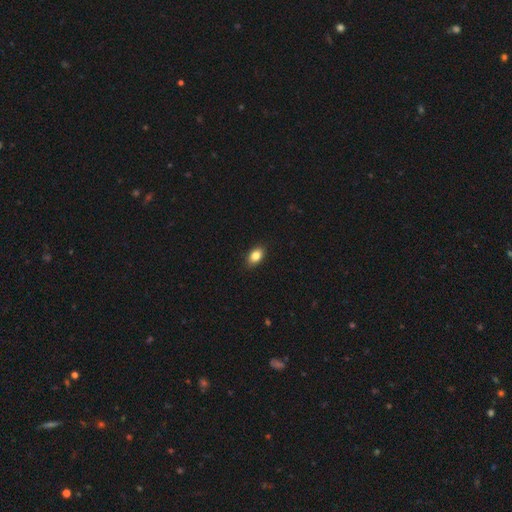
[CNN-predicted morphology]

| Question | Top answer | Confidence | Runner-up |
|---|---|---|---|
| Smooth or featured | smooth | 84% | star or artifact (8%) |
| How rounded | in between | 85% | round (12%) |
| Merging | none | 88% | minor disturbance (9%) |